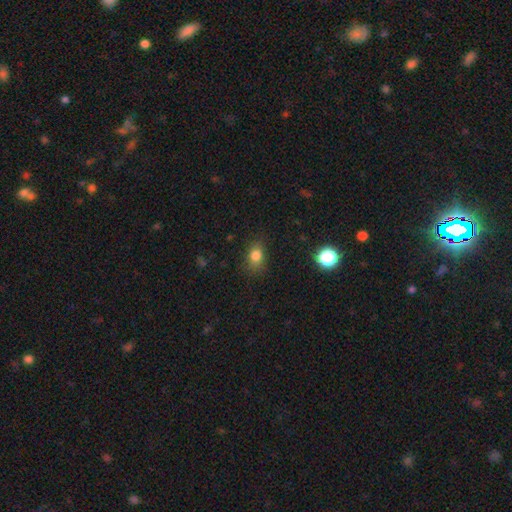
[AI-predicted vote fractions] Morphology: type=smooth (80%); roundness=in between (62%); merging=none (76%).